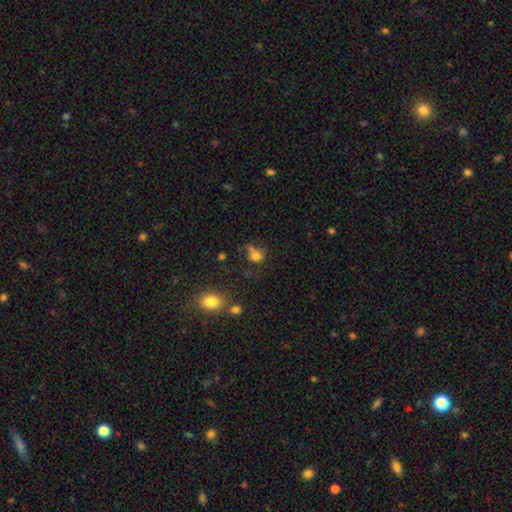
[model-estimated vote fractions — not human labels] This appears to be a smooth galaxy with no disk features (68%) that is round (53%). Merging: none (35%).